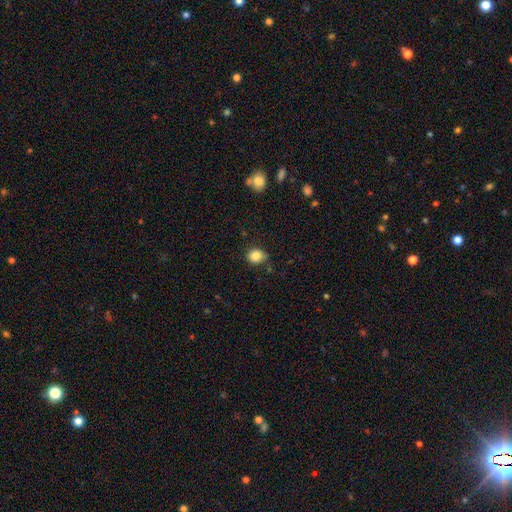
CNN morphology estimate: Smooth or featured: smooth — 84% (star or artifact — 10%)
How rounded: round — 76% (in between — 23%)
Merging: none — 80% (minor disturbance — 15%)